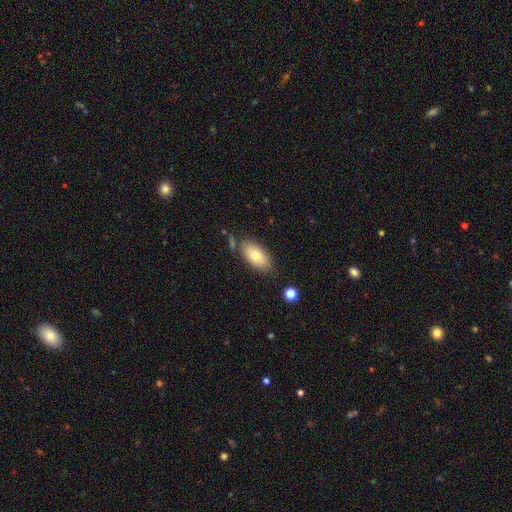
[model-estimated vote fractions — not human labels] This appears to be a smooth galaxy with no disk features (75%) that is in between round and cigar-shaped (92%). Merging: none (76%).